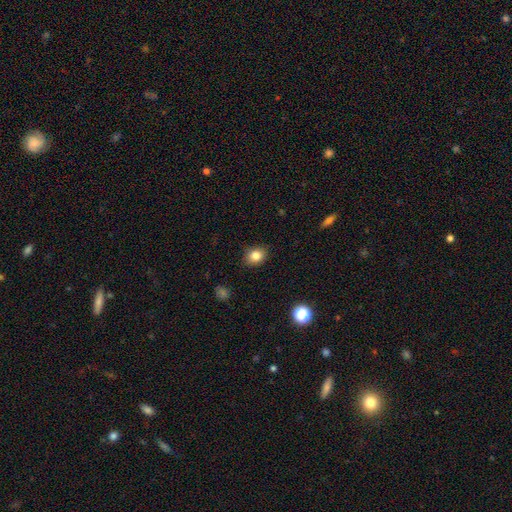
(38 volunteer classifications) Q: Smooth or featured?
A: smooth (89%); runner-up: featured or disk (5%)
Q: How rounded?
A: round (59%); runner-up: in between (41%)
Q: Merging?
A: none (89%); runner-up: minor disturbance (8%)